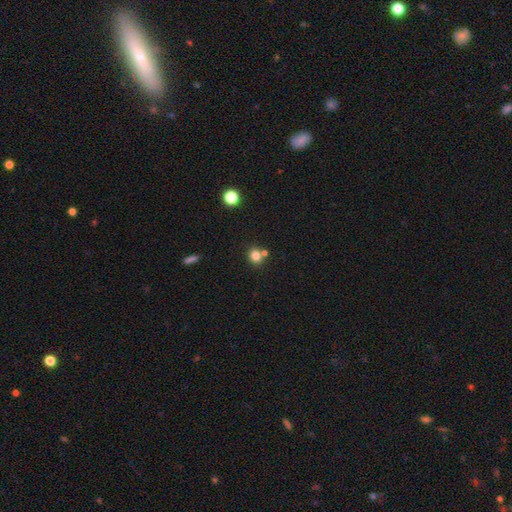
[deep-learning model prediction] Smooth or featured?
  - smooth: 80% *
  - star or artifact: 13%
  - featured or disk: 7%
How rounded?
  - round: 75% *
  - in between: 24%
  - cigar-shaped: 1%
Merging?
  - none: 63% *
  - merger: 25%
  - minor disturbance: 9%
  - major disturbance: 3%